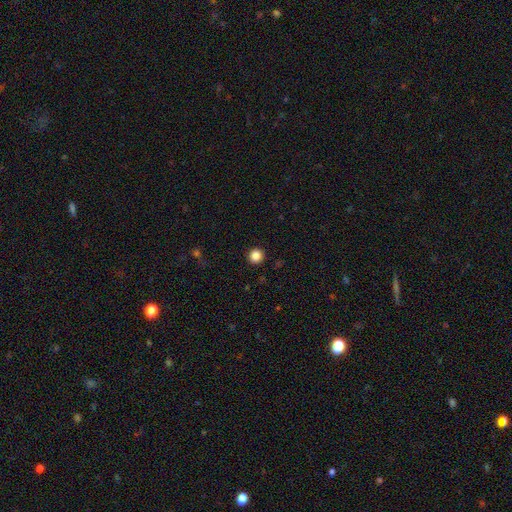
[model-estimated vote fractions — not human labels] smooth-or-featured: smooth: 86% | star or artifact: 11% | featured or disk: 3%
  how-rounded: round: 95% | in between: 4% | cigar-shaped: 1%
  merging: none: 93% | minor disturbance: 4% | major disturbance: 2% | merger: 1%